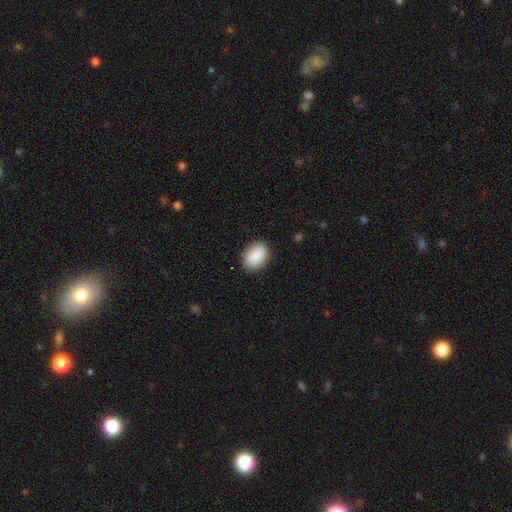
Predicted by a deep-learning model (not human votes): A smooth galaxy with no disk features (87%) that is in between round and cigar-shaped (76%). Merging: none (87%).